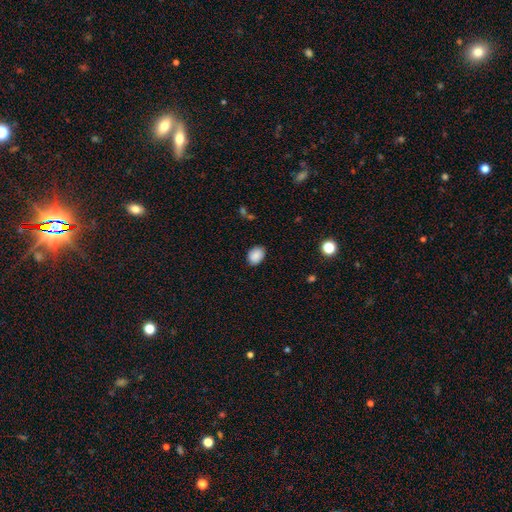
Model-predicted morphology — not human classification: This is clearly a smooth galaxy (88%). How rounded: likely in between (66%). Merging: clearly none (84%).